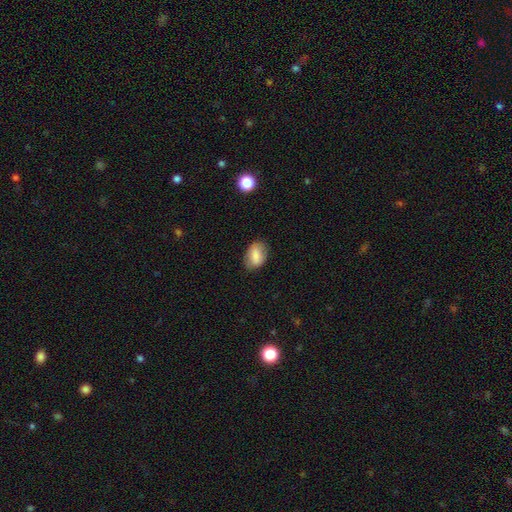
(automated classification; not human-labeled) smooth-or-featured: smooth: 81% | featured or disk: 11% | star or artifact: 8%
  how-rounded: in between: 83% | round: 16% | cigar-shaped: 1%
  merging: none: 77% | minor disturbance: 17% | major disturbance: 4% | merger: 1%